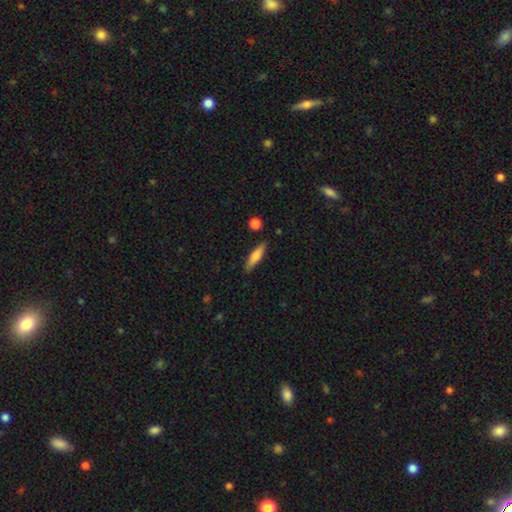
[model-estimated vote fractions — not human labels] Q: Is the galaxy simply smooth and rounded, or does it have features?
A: smooth — 73%.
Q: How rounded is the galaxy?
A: cigar-shaped — 75%.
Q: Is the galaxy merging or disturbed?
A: none — 85%.